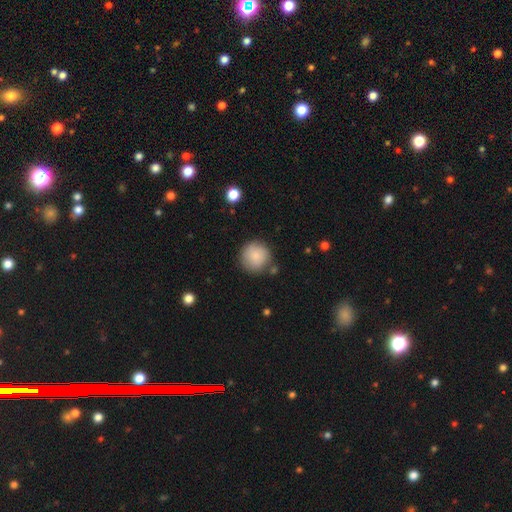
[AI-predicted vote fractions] Overall: smooth (85%). How rounded: round (94%). Merging: none (78%).